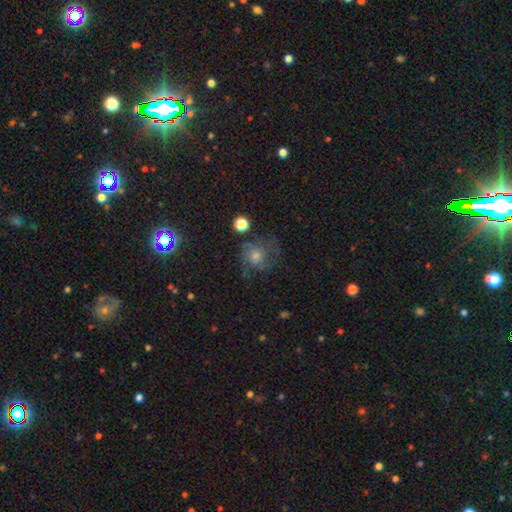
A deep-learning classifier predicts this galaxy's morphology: Smooth or featured? featured or disk (46%)
Merging? none (61%)